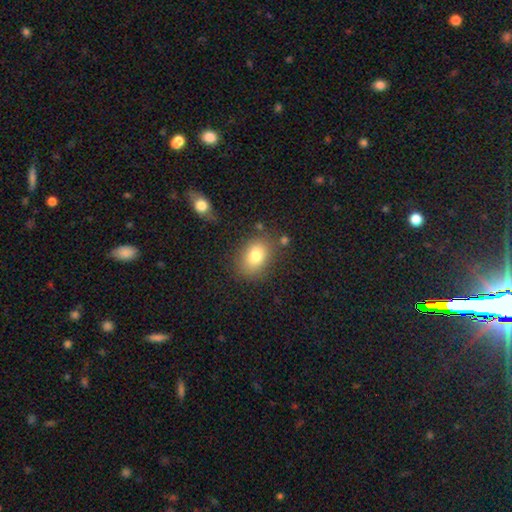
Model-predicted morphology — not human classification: smooth 80%, featured or disk 11%, star or artifact 10%. Down the decision tree: how rounded — in between (70%); merging — none (77%).